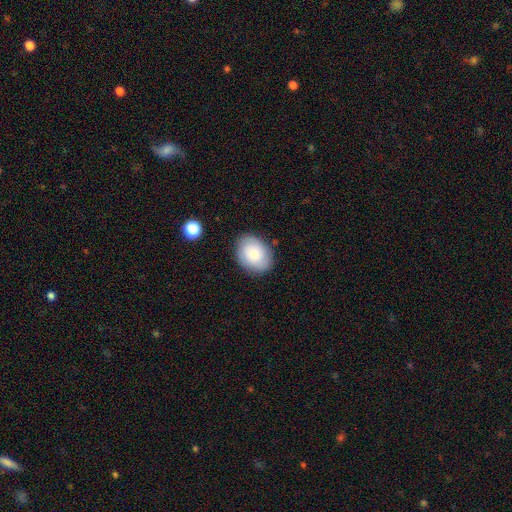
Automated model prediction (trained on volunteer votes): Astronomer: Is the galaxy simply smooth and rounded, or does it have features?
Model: smooth — 68%.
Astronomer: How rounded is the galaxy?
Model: in between — 56% (runner-up: round, 43%).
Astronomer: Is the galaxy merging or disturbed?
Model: none — 86%.